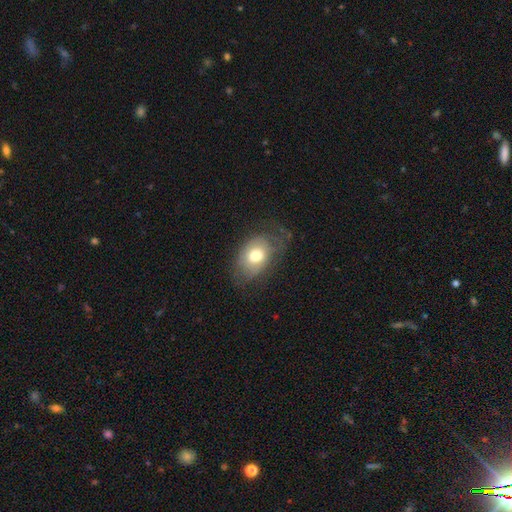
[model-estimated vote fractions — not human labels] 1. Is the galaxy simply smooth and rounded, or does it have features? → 63% smooth, 28% featured or disk, 8% star or artifact.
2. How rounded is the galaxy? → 78% in between, 21% round, 1% cigar-shaped.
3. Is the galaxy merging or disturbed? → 50% none, 28% minor disturbance, 20% major disturbance, 1% merger.